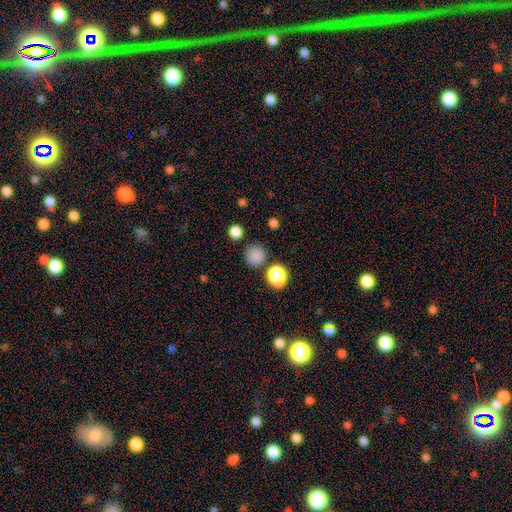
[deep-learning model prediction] This is clearly a smooth galaxy (81%). How rounded: clearly round (89%). Merging: clearly none (82%).